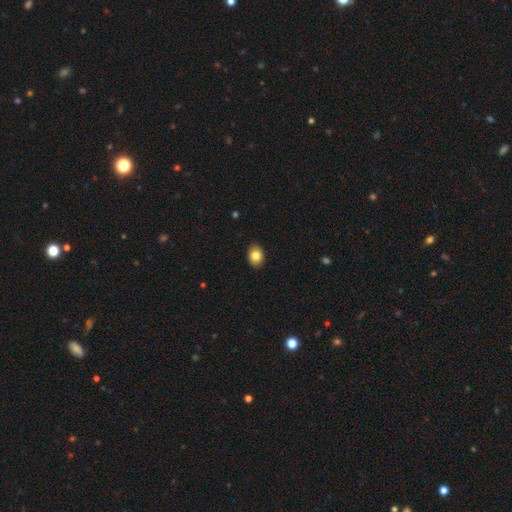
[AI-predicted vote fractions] Smooth or featured? Predicted: smooth (p=0.84). How rounded? Predicted: in between (p=0.68). Merging? Predicted: none (p=0.90).